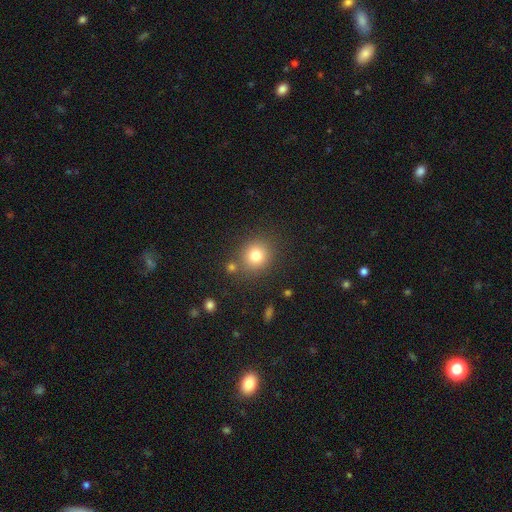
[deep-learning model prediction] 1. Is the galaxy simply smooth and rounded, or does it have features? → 79% smooth, 12% star or artifact, 8% featured or disk.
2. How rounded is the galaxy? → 86% round, 14% in between, 1% cigar-shaped.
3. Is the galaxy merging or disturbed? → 79% none, 9% minor disturbance, 8% merger, 4% major disturbance.